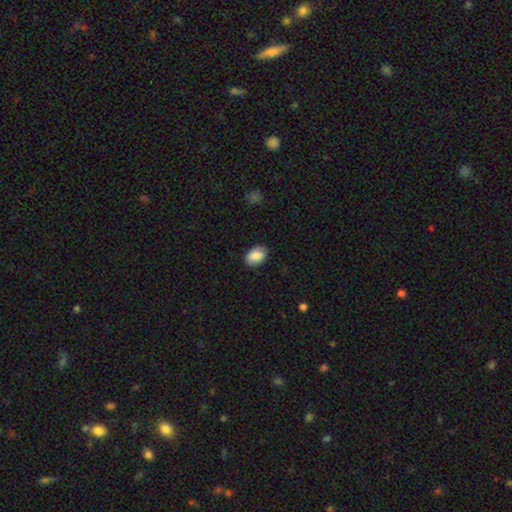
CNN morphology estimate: type=smooth (86%); roundness=in between (85%); merging=none (84%).